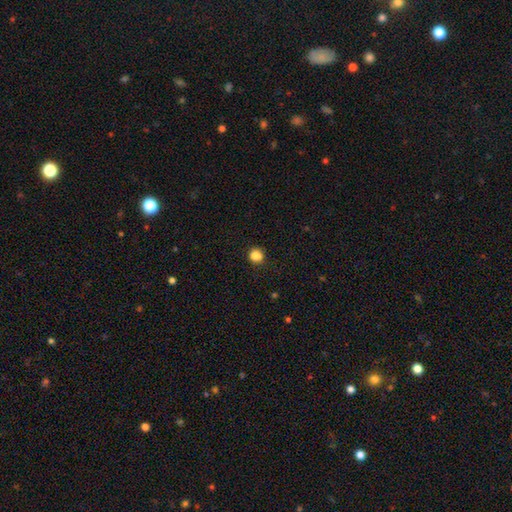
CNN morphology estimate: Smooth or featured? smooth (81%)
How rounded? round (74%)
Merging? none (62%)